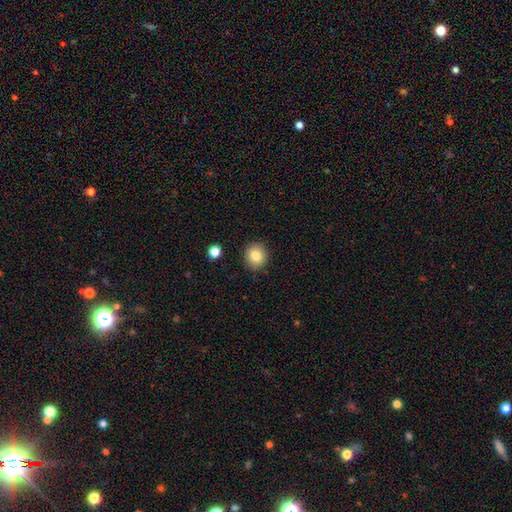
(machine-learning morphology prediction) Q: Smooth or featured?
A: smooth (82%); runner-up: star or artifact (10%)
Q: How rounded?
A: round (84%); runner-up: in between (15%)
Q: Merging?
A: none (90%); runner-up: minor disturbance (7%)